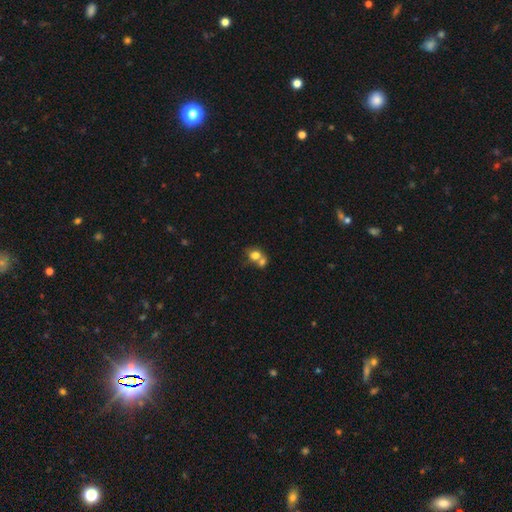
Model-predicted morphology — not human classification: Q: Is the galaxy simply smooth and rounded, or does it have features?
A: smooth — 73%.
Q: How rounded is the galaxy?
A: round — 63%.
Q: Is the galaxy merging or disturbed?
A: merger — 58%.